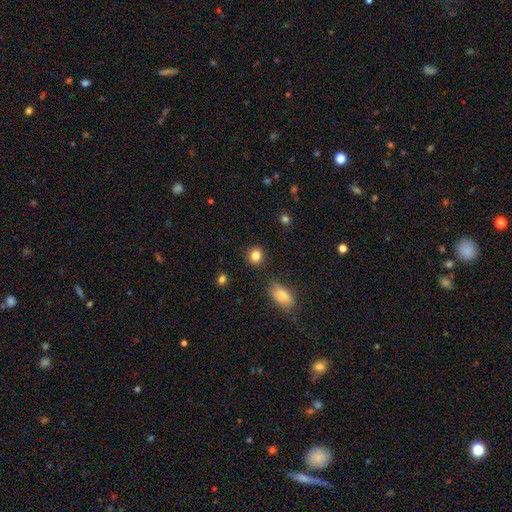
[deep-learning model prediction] This is clearly a smooth galaxy (84%). How rounded: clearly round (81%). Merging: clearly none (89%).